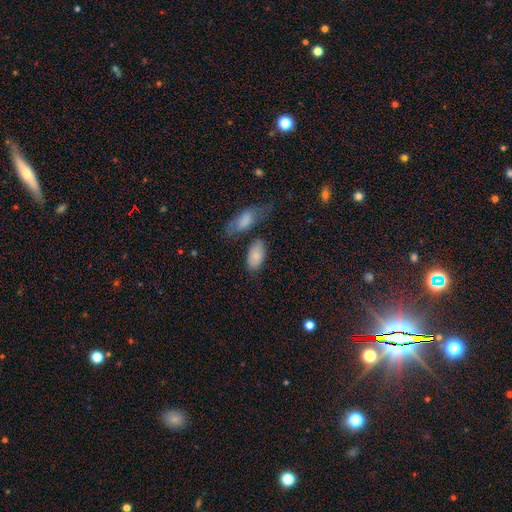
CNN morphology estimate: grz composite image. It shows a smooth galaxy with no disk features (84%) that is in between round and cigar-shaped (94%). Merging: none (66%).